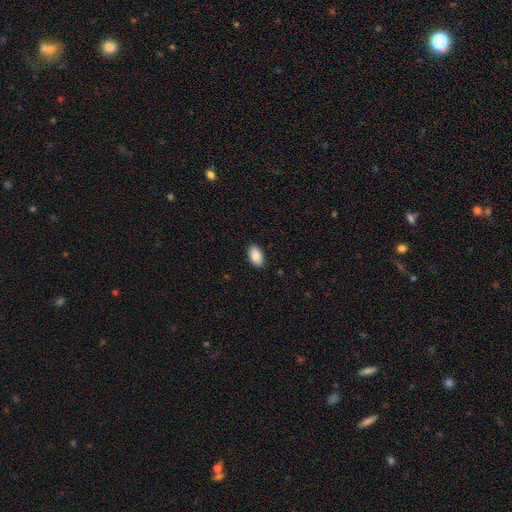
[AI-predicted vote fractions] smooth 88%, star or artifact 7%, featured or disk 5%. Down the decision tree: how rounded — in between (94%); merging — none (88%).